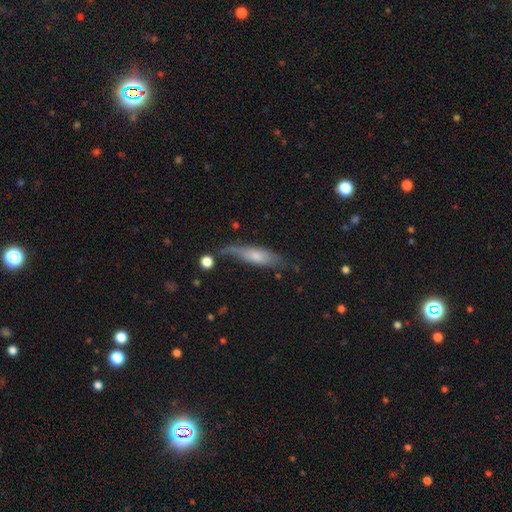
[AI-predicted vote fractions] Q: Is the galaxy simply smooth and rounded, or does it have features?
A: smooth — 58%.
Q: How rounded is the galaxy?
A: cigar-shaped — 60%.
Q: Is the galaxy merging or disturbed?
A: none — 49%.